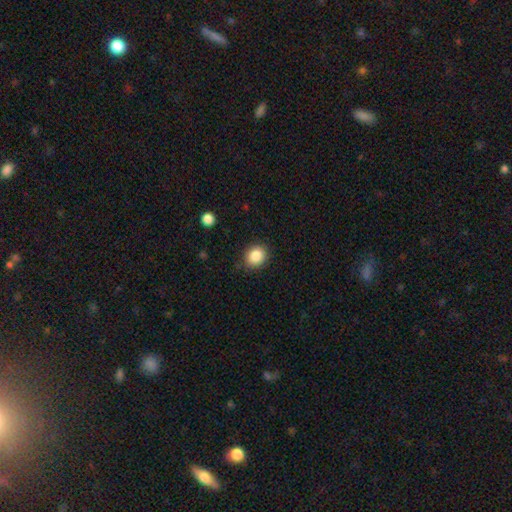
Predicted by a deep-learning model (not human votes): The model was most divided on "how rounded": round: 70%, in between: 29%, cigar-shaped: 1%. More confident: smooth or featured — smooth (86%); merging — none (85%).